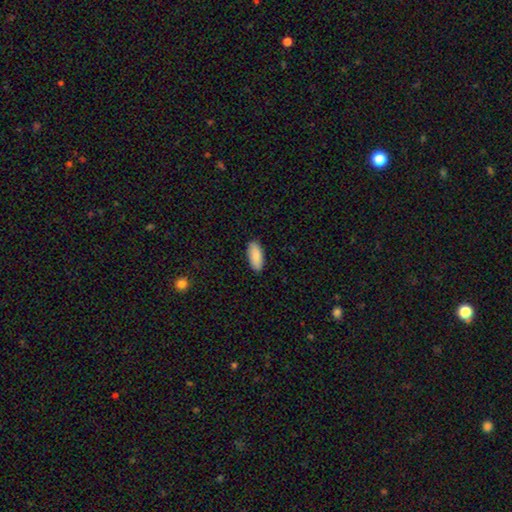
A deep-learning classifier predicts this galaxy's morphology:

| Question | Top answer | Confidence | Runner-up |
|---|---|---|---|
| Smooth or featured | smooth | 89% | star or artifact (6%) |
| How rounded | in between | 86% | cigar-shaped (12%) |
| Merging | none | 89% | minor disturbance (8%) |